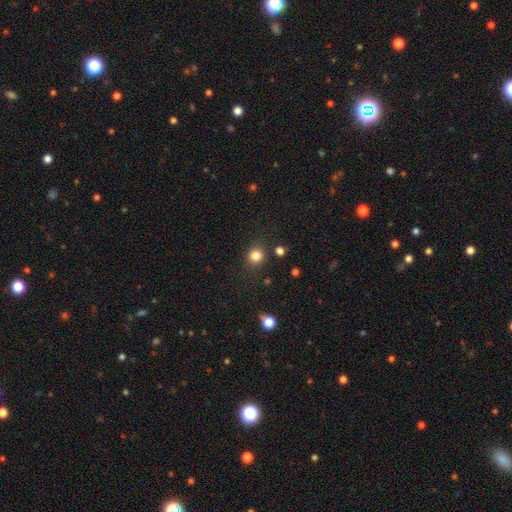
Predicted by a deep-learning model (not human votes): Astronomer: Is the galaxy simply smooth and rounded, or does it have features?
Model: smooth — 82%.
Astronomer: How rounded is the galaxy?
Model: round — 87%.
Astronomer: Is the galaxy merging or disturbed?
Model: none — 84%.